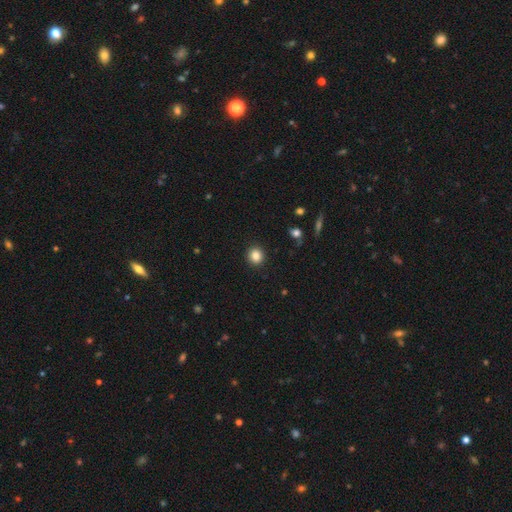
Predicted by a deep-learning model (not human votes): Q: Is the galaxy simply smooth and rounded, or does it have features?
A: smooth — 85%.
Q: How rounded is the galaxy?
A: round — 90%.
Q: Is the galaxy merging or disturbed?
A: none — 92%.